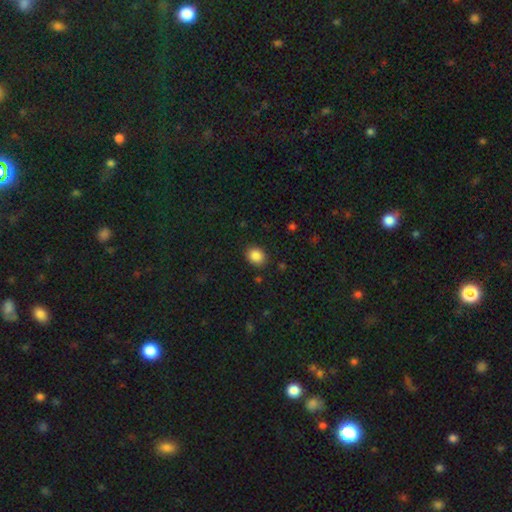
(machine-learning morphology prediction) Overall: smooth (87%). How rounded: round (52%; in between 47%). Merging: none (88%).